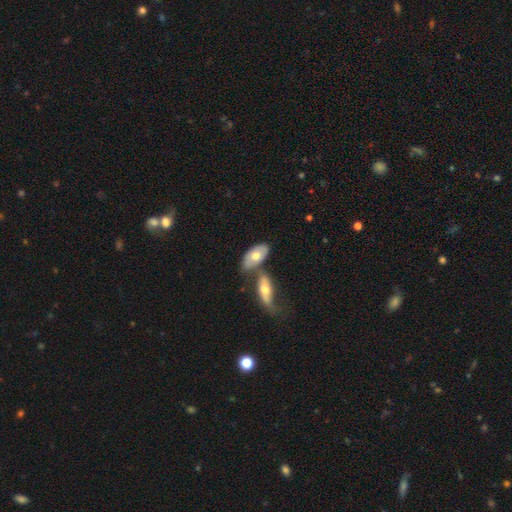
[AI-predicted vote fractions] Smooth or featured?
  - smooth: 60% *
  - featured or disk: 35%
  - star or artifact: 5%
How rounded?
  - in between: 89% *
  - cigar-shaped: 8%
  - round: 3%
Merging?
  - merger: 46% *
  - none: 38%
  - minor disturbance: 12%
  - major disturbance: 4%